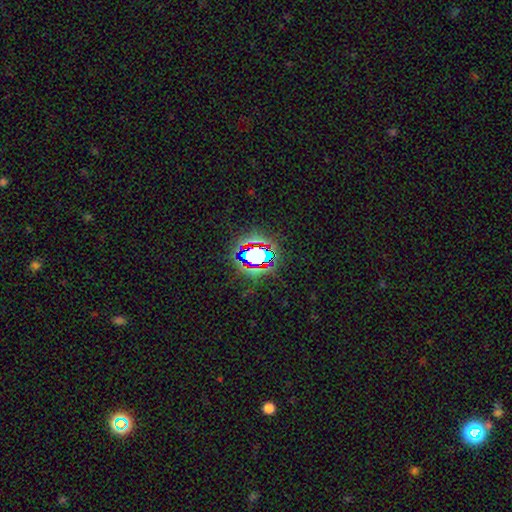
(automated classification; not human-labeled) star or artifact 67%, smooth 20%, featured or disk 13%.